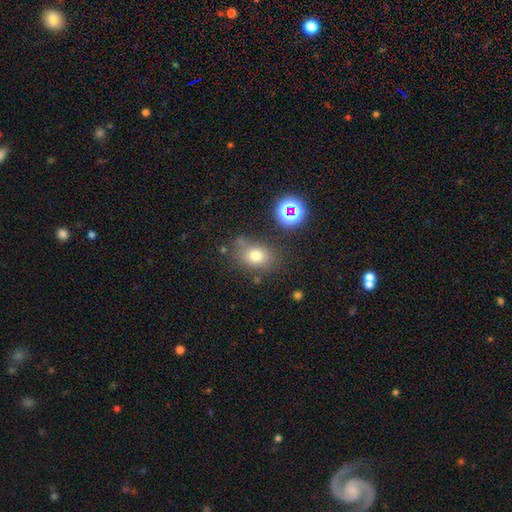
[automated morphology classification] This appears to be a smooth galaxy with no disk features (72%) that is in between round and cigar-shaped (62%). Merging: none (67%).